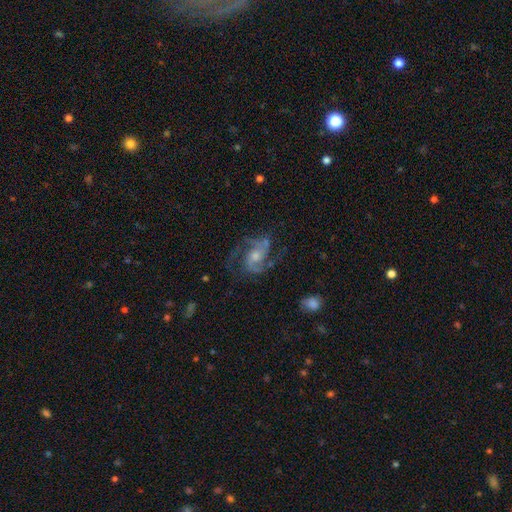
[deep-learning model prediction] featured or disk 88%, star or artifact 7%, smooth 5%. Down the decision tree: edge-on disk — no (97%); bar — no (54%); spiral arms — yes (97%); spiral arm count — 2 (66%); spiral winding — medium (57%); bulge size — moderate (47%); merging — none (69%).